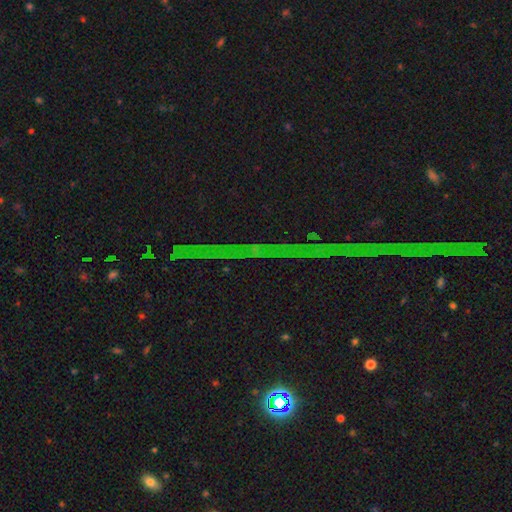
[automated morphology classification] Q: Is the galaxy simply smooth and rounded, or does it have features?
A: star or artifact — 82%.